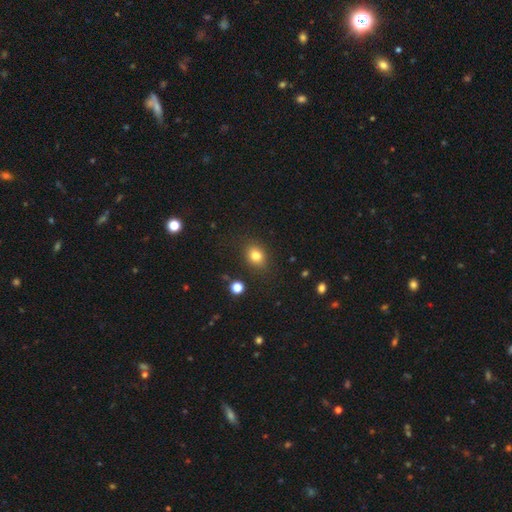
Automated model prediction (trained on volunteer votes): A smooth galaxy with no disk features (81%) that is in between round and cigar-shaped (50%).

Vote fractions:
- Smooth or featured? smooth: 81% / star or artifact: 12% / featured or disk: 7%
- How rounded? in between: 50% / round: 49% / cigar-shaped: 1%
- Merging? none: 82% / minor disturbance: 12% / major disturbance: 4% / merger: 2%